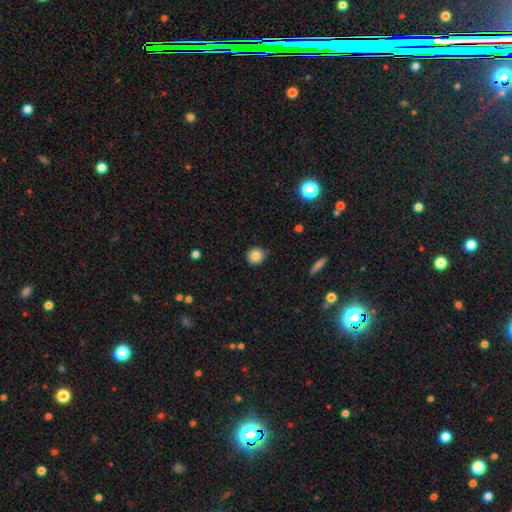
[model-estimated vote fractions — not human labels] Smooth or featured: smooth — 82% (star or artifact — 10%)
How rounded: round — 89% (in between — 10%)
Merging: none — 83% (minor disturbance — 14%)